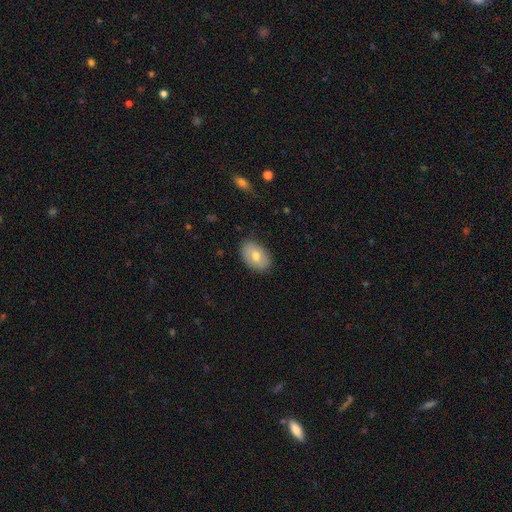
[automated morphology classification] Q: Smooth or featured?
A: smooth (70%); runner-up: featured or disk (23%)
Q: How rounded?
A: in between (84%); runner-up: round (15%)
Q: Merging?
A: none (84%); runner-up: minor disturbance (12%)